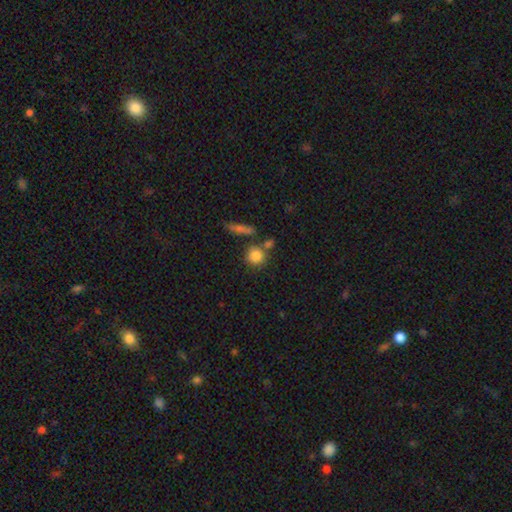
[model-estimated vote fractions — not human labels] The model was most divided on "merging": none: 64%, merger: 20%, minor disturbance: 12%, major disturbance: 5%. More confident: how rounded — round (85%); smooth or featured — smooth (82%).